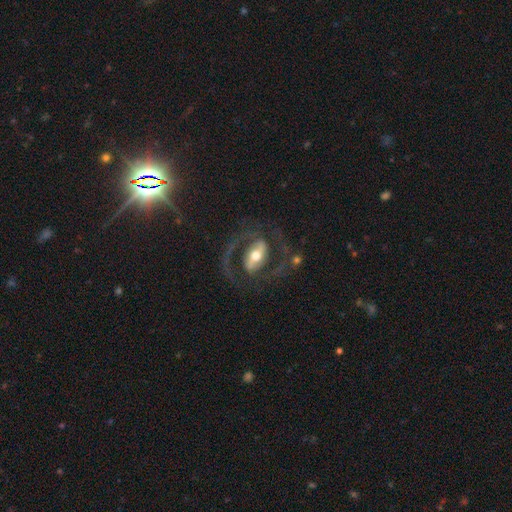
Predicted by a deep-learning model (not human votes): Smooth or featured? Predicted: featured or disk (p=0.87). Edge-on disk? Predicted: no (p=0.96). Bar? Predicted: strong (p=0.55). Spiral arms? Predicted: yes (p=0.92). Spiral winding? Predicted: medium (p=0.57). Spiral arm count? Predicted: 2 (p=0.91). Bulge size? Predicted: moderate (p=0.68). Merging? Predicted: none (p=0.69).